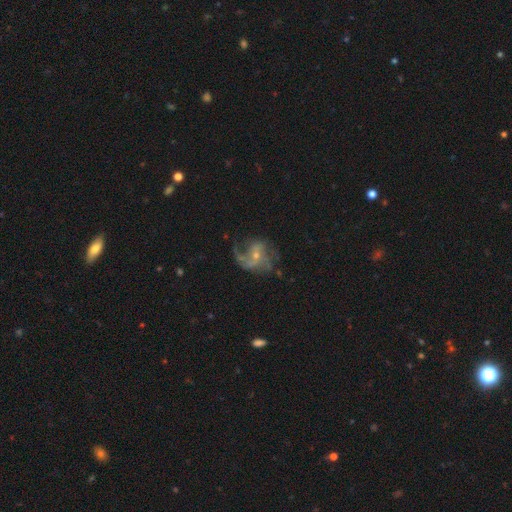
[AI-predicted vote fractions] Overall: featured or disk (80%). Edge-on disk: no (98%). Bar: no (60%; weak 32%). Spiral arms: yes (91%). Spiral arm count: 2 (41%; 3 17%). Spiral winding: loose (53%; medium 37%). Bulge size: small (65%; moderate 29%). Merging: none (52%; major disturbance 26%).